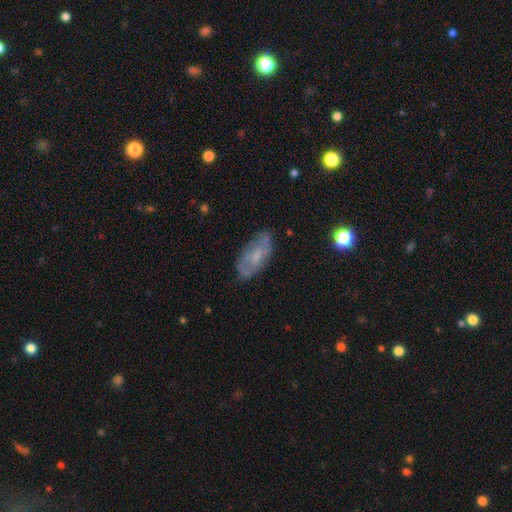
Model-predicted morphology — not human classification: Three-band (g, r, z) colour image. It shows a featured or disk galaxy (46%). Merging: none (69%).